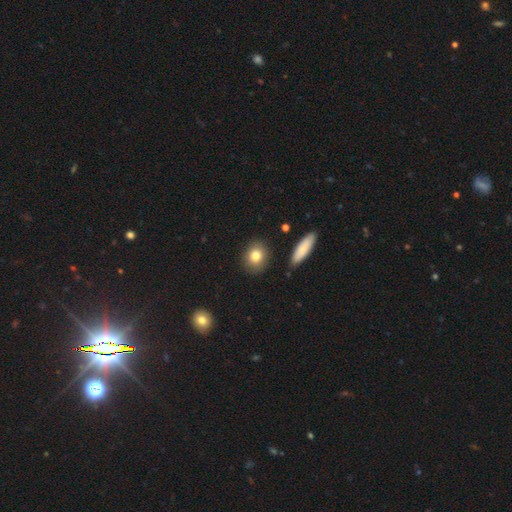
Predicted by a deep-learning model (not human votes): smooth_or_featured: smooth (p=0.81) [alt: featured or disk p=0.11]
how_rounded: round (p=0.64) [alt: in between p=0.33]
merging: none (p=0.86) [alt: minor disturbance p=0.09]